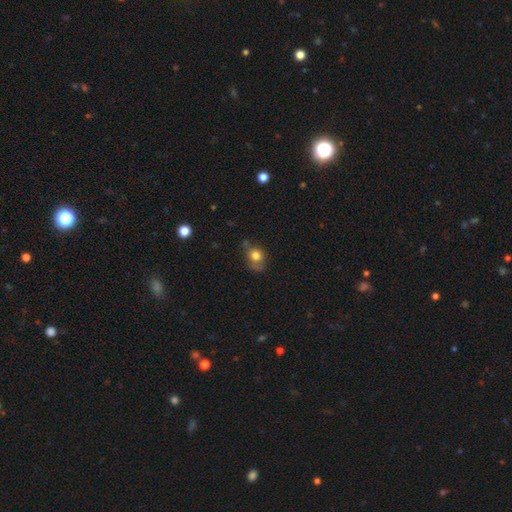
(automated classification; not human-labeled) Smooth or featured?
  - smooth: 76% *
  - featured or disk: 13%
  - star or artifact: 11%
How rounded?
  - round: 66% *
  - in between: 32%
  - cigar-shaped: 1%
Merging?
  - none: 51% *
  - minor disturbance: 28%
  - major disturbance: 13%
  - merger: 8%